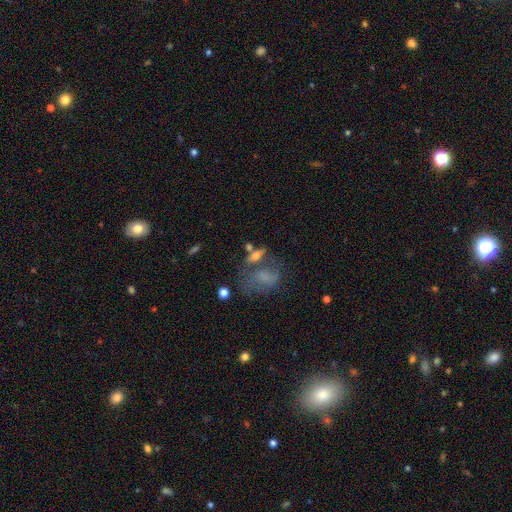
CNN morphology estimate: smooth-or-featured: smooth: 53% | featured or disk: 33% | star or artifact: 14%
  how-rounded: in between: 60% | cigar-shaped: 20% | round: 20%
  merging: none: 44% | merger: 23% | minor disturbance: 18% | major disturbance: 15%